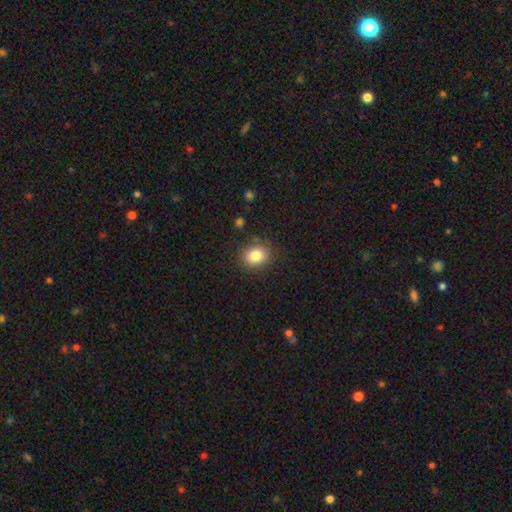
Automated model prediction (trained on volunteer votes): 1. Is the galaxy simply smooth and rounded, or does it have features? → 83% smooth, 10% star or artifact, 7% featured or disk.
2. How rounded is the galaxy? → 60% round, 39% in between, 1% cigar-shaped.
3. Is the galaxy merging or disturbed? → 86% none, 10% minor disturbance, 3% major disturbance, 2% merger.